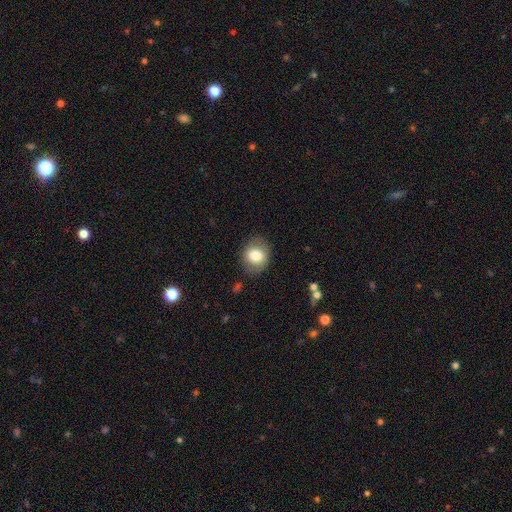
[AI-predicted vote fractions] A smooth galaxy with no disk features (77%) that is round (61%). Merging: none (79%).